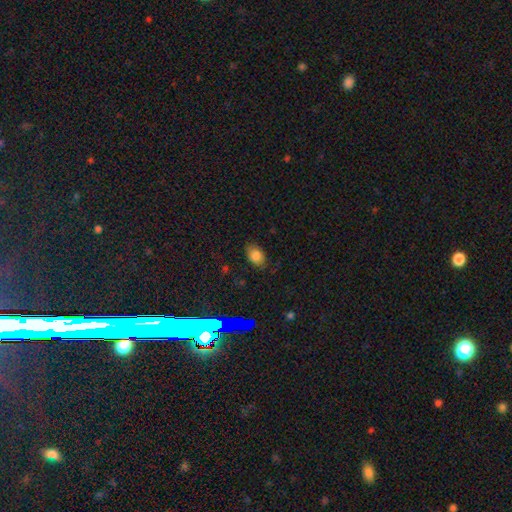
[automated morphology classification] This appears to be a smooth galaxy with no disk features (79%) that is in between round and cigar-shaped (80%). Merging: none (77%).